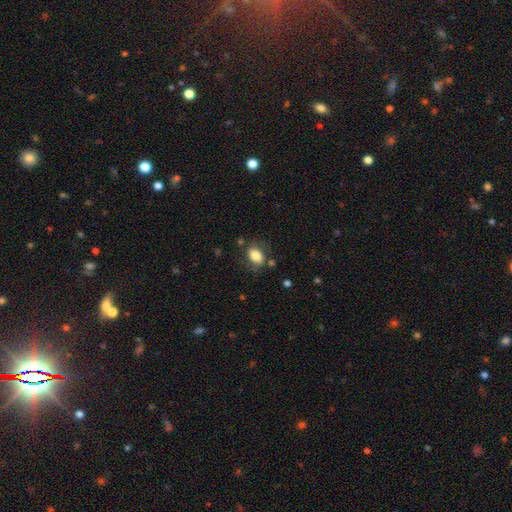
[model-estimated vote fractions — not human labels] smooth_or_featured: smooth (p=0.78) [alt: featured or disk p=0.14]
how_rounded: in between (p=0.83) [alt: round p=0.15]
merging: none (p=0.71) [alt: minor disturbance p=0.18]